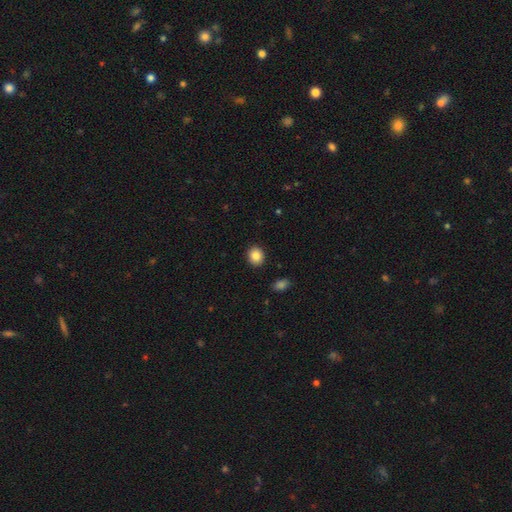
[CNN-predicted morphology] The model was most divided on "how rounded": round: 71%, in between: 28%, cigar-shaped: 1%. More confident: merging — none (91%); smooth or featured — smooth (86%).